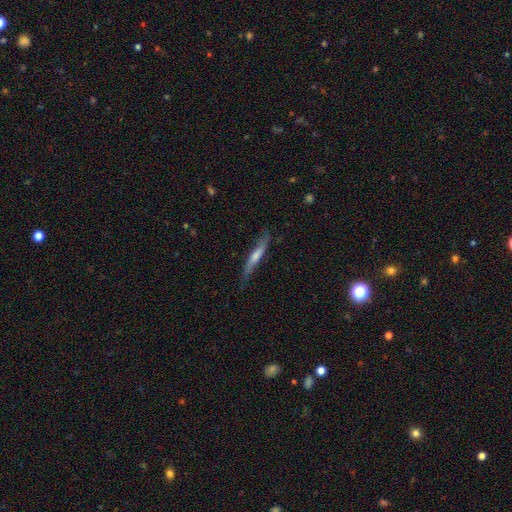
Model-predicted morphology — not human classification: A featured or disk galaxy (50%) viewed edge-on (88%).

Vote fractions:
- Smooth or featured? featured or disk: 50% / smooth: 43% / star or artifact: 6%
- Edge-on disk? yes: 88% / no: 12%
- Merging? none: 78% / minor disturbance: 17% / major disturbance: 3% / merger: 1%